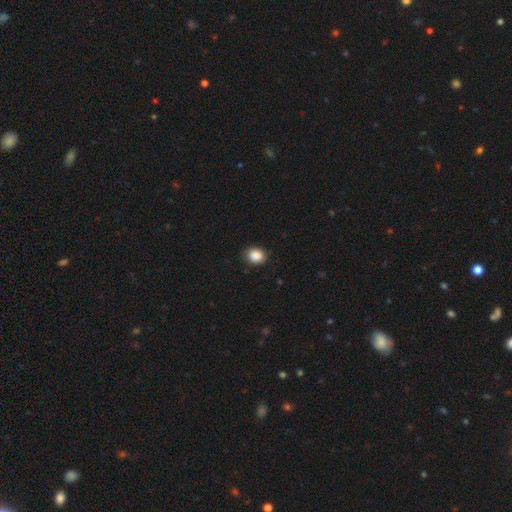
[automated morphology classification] Smooth or featured? smooth (89%)
How rounded? round (52%)
Merging? none (86%)